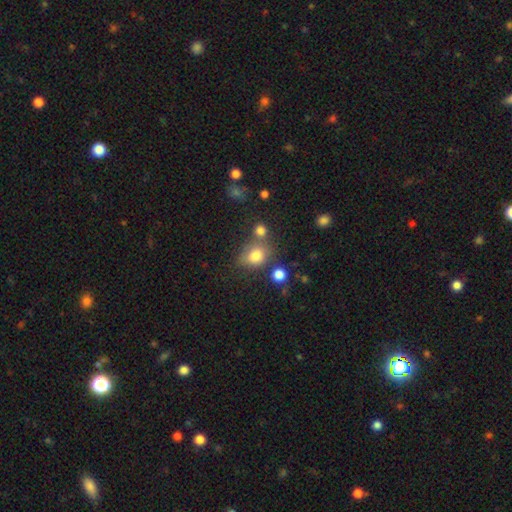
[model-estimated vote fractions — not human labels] smooth 78%, star or artifact 13%, featured or disk 9%. Down the decision tree: how rounded — round (55%); merging — none (56%).